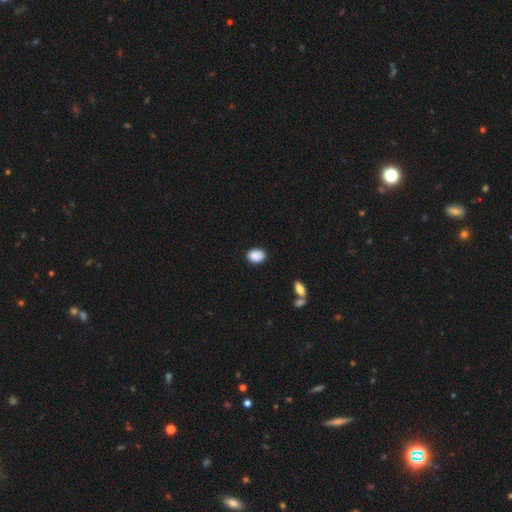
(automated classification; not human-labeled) Smooth or featured? smooth (89%)
How rounded? in between (67%)
Merging? none (85%)